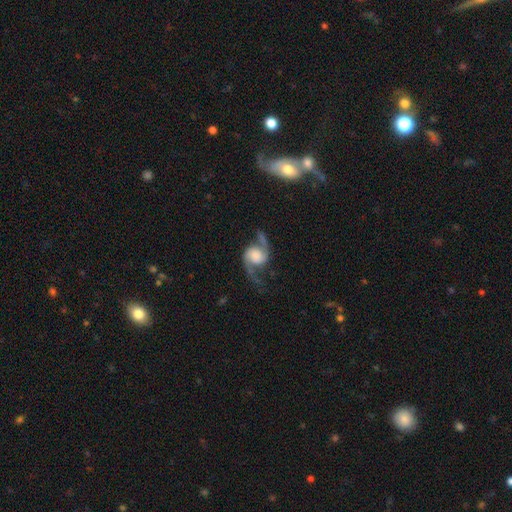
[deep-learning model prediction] Q: Smooth or featured?
A: featured or disk (89%); runner-up: smooth (6%)
Q: Edge-on disk?
A: no (97%); runner-up: yes (3%)
Q: Bar?
A: no (67%); runner-up: weak (25%)
Q: Spiral arms?
A: yes (98%); runner-up: no (2%)
Q: Spiral winding?
A: loose (68%); runner-up: medium (26%)
Q: Spiral arm count?
A: 2 (94%); runner-up: 1 (1%)
Q: Bulge size?
A: large (39%); runner-up: none (22%)
Q: Merging?
A: none (73%); runner-up: minor disturbance (15%)